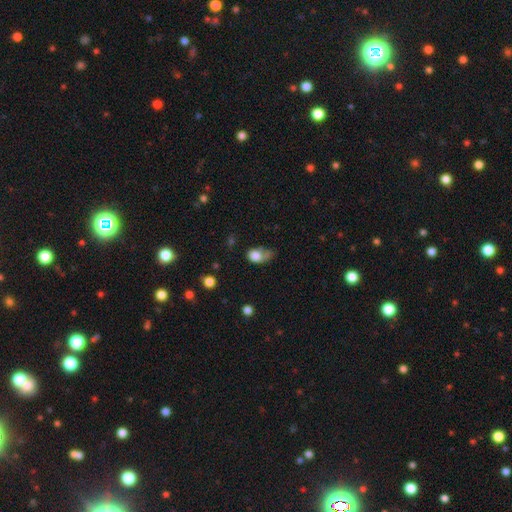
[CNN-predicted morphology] A smooth galaxy with no disk features (77%) that is in between round and cigar-shaped (71%).

Vote fractions:
- Smooth or featured? smooth: 77% / featured or disk: 14% / star or artifact: 9%
- How rounded? in between: 71% / round: 27% / cigar-shaped: 2%
- Merging? major disturbance: 34% / minor disturbance: 31% / none: 26% / merger: 9%